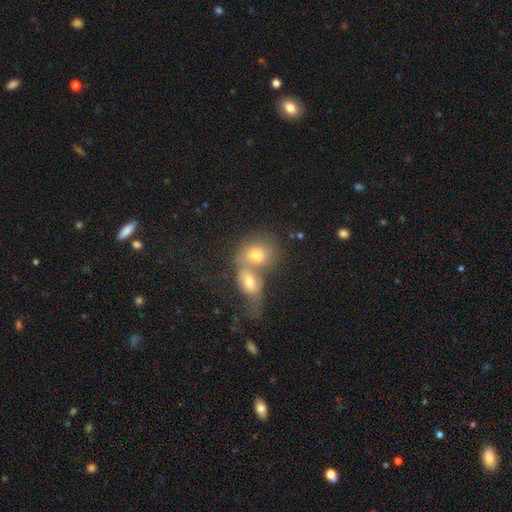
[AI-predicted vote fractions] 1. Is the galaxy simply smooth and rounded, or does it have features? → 69% smooth, 21% featured or disk, 10% star or artifact.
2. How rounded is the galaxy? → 53% in between, 45% round, 2% cigar-shaped.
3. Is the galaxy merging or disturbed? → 71% merger, 18% none, 6% minor disturbance, 5% major disturbance.